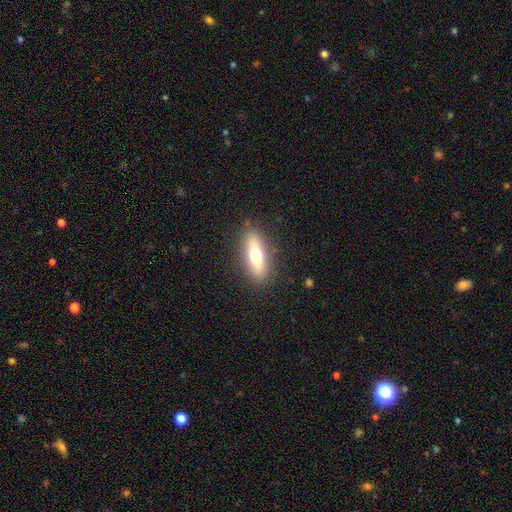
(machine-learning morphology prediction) smooth_or_featured: smooth (p=0.59) [alt: featured or disk p=0.34]
how_rounded: in between (p=0.53) [alt: cigar-shaped p=0.43]
merging: none (p=0.86) [alt: minor disturbance p=0.10]